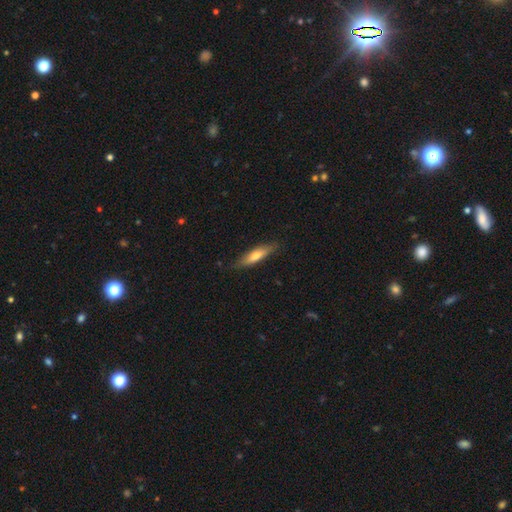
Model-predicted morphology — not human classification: Overall: smooth (62%; featured or disk 32%). How rounded: cigar-shaped (74%). Merging: none (82%).